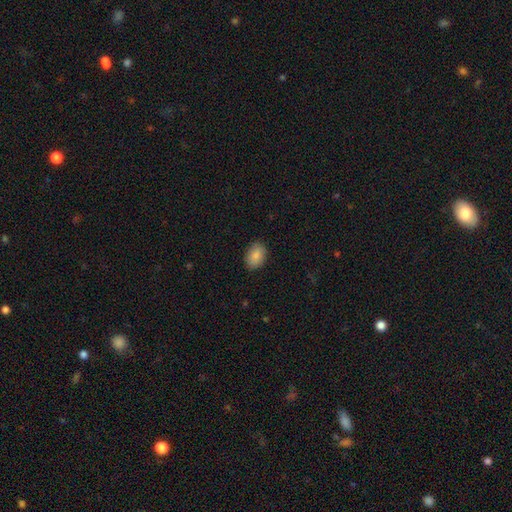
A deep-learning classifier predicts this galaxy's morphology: Smooth or featured? Predicted: smooth (p=0.88). How rounded? Predicted: in between (p=0.85). Merging? Predicted: none (p=0.87).